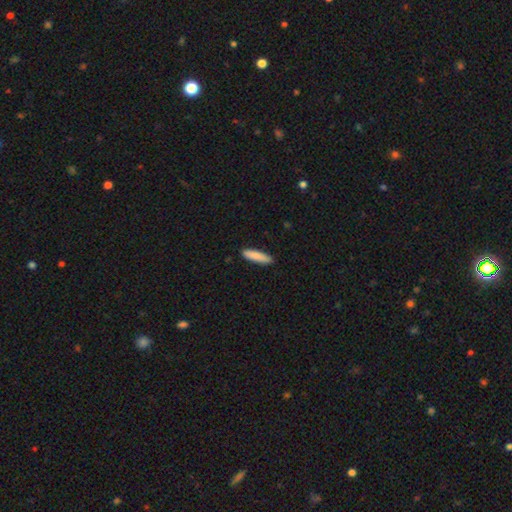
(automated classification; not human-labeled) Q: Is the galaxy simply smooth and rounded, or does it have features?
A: smooth — 87%.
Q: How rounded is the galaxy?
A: cigar-shaped — 75%.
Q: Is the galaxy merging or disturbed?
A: none — 89%.